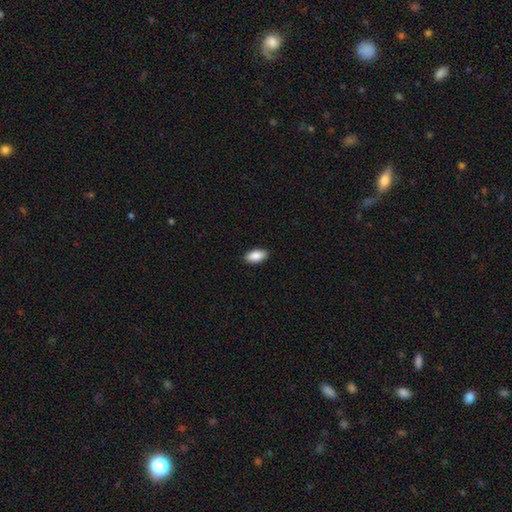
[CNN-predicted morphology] This is clearly a smooth galaxy (88%). How rounded: clearly in between (93%). Merging: clearly none (89%).